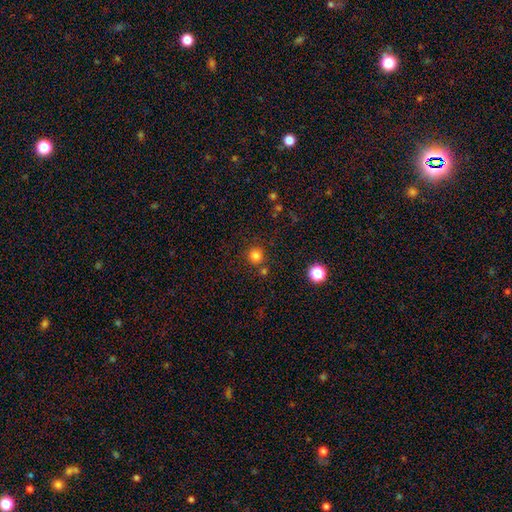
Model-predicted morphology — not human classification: The model was most divided on "smooth or featured": smooth: 80%, star or artifact: 15%, featured or disk: 5%. More confident: how rounded — round (94%); merging — none (82%).